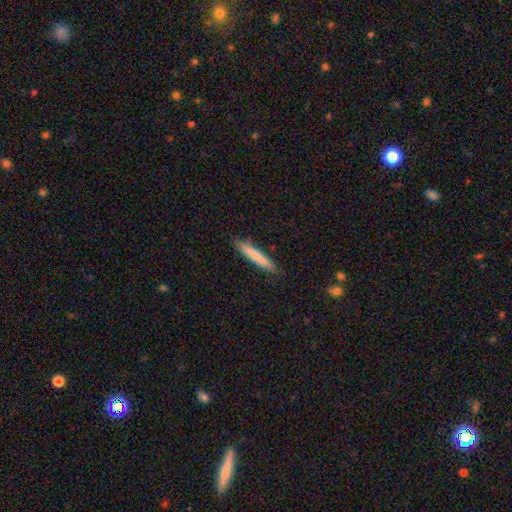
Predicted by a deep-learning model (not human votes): Smooth or featured?
  - smooth: 79% *
  - featured or disk: 15%
  - star or artifact: 6%
How rounded?
  - cigar-shaped: 93% *
  - in between: 6%
  - round: 1%
Merging?
  - none: 87% *
  - minor disturbance: 10%
  - major disturbance: 2%
  - merger: 1%